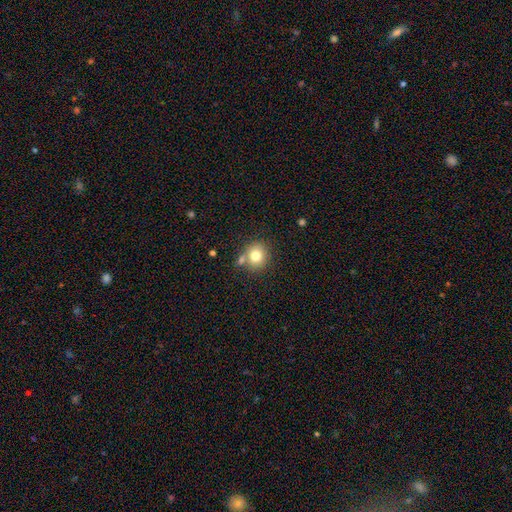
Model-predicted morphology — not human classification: The model was most divided on "merging": none: 68%, merger: 18%, minor disturbance: 11%, major disturbance: 4%. More confident: how rounded — round (82%); smooth or featured — smooth (78%).